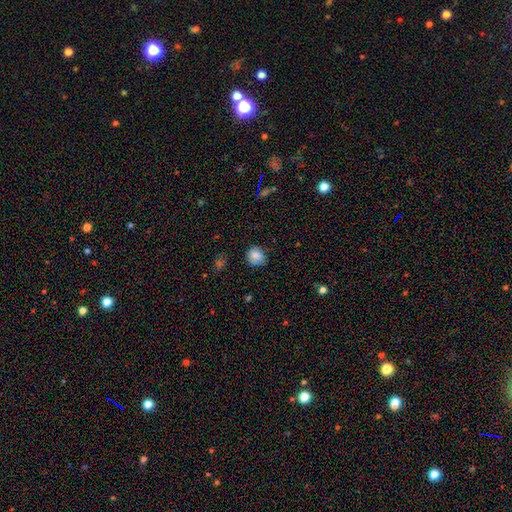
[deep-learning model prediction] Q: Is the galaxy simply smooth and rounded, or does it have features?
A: smooth — 82%.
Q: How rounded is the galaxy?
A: round — 82%.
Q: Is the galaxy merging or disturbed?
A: none — 78%.